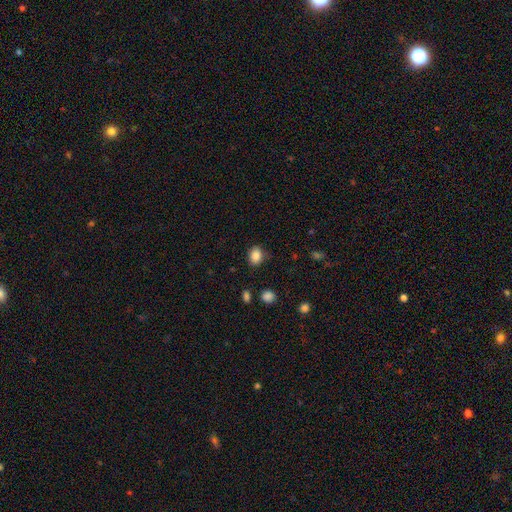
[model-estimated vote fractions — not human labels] Morphology: type=smooth (86%); roundness=in between (59%); merging=none (80%).